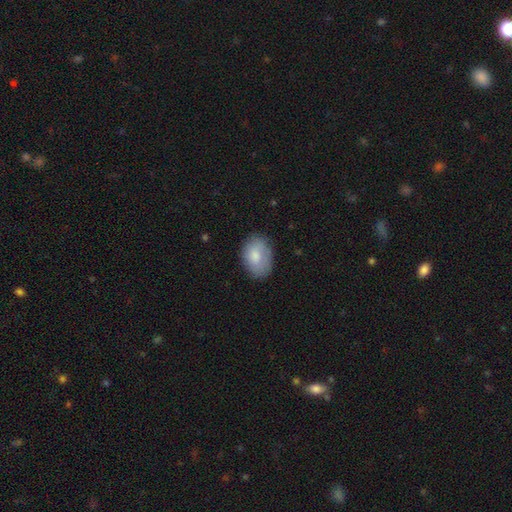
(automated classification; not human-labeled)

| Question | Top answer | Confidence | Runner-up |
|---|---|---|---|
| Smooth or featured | smooth | 77% | featured or disk (16%) |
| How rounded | in between | 83% | round (16%) |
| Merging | none | 74% | minor disturbance (20%) |